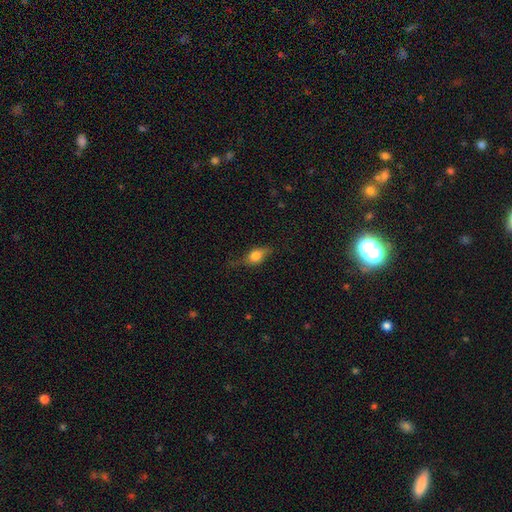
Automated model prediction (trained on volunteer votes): Smooth or featured: smooth — 68% (featured or disk — 23%)
How rounded: in between — 72% (round — 17%)
Merging: none — 59% (minor disturbance — 28%)